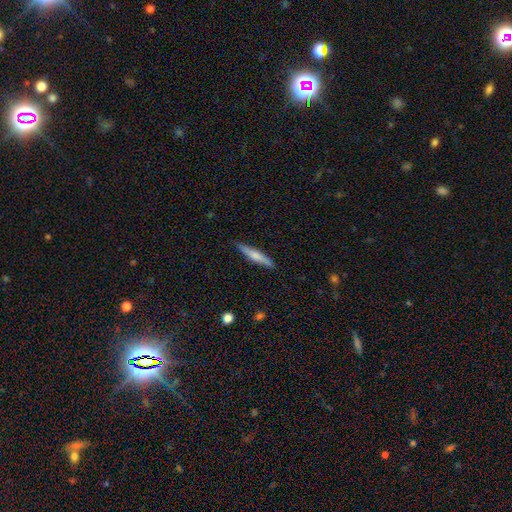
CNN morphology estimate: The model was most divided on "smooth or featured": smooth: 61%, featured or disk: 33%, star or artifact: 5%. More confident: how rounded — cigar-shaped (92%); merging — none (88%).